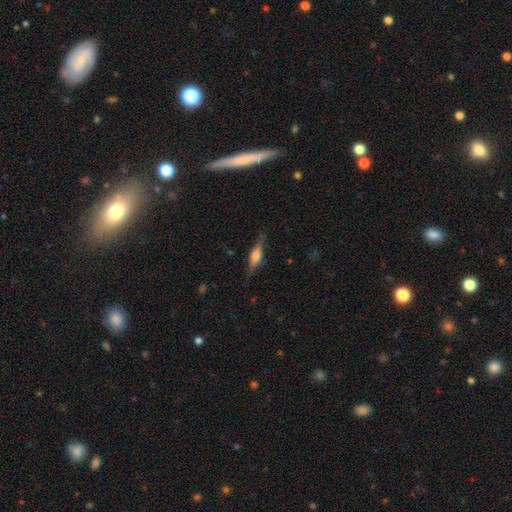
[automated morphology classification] Smooth or featured? featured or disk (62%)
Edge-on disk? yes (96%)
Edge-on bulge? rounded (77%)
Merging? none (82%)